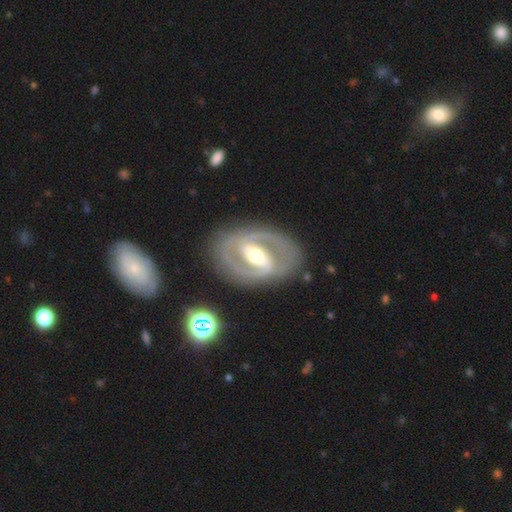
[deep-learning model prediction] Q: Smooth or featured?
A: featured or disk (87%); runner-up: smooth (9%)
Q: Edge-on disk?
A: no (96%); runner-up: yes (4%)
Q: Bar?
A: strong (53%); runner-up: weak (33%)
Q: Spiral arms?
A: yes (88%); runner-up: no (12%)
Q: Spiral winding?
A: tight (45%); tied with: medium (45%)
Q: Spiral arm count?
A: 2 (88%); runner-up: can't tell (5%)
Q: Bulge size?
A: moderate (67%); runner-up: small (20%)
Q: Merging?
A: none (82%); runner-up: minor disturbance (12%)